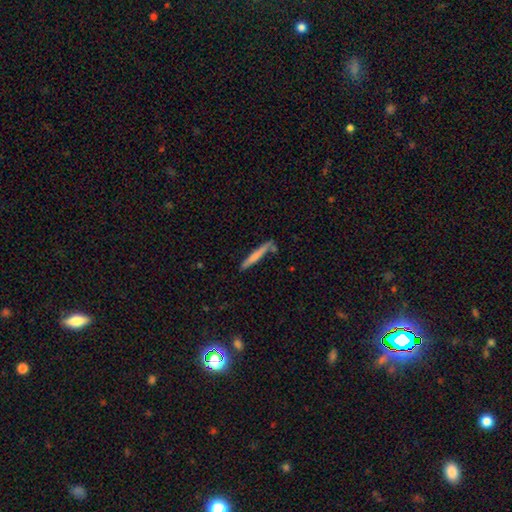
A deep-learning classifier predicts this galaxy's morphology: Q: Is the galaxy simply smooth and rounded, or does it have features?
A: smooth — 65%.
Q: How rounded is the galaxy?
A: cigar-shaped — 96%.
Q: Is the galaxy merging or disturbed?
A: none — 77%.